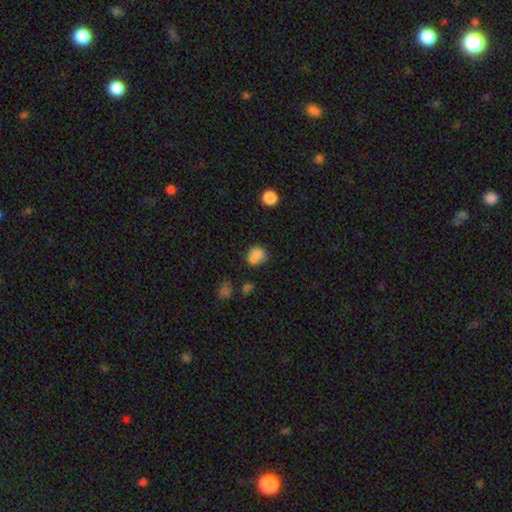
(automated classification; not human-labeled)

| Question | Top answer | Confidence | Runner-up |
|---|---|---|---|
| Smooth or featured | smooth | 81% | star or artifact (12%) |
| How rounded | round | 59% | in between (40%) |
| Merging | none | 64% | minor disturbance (22%) |